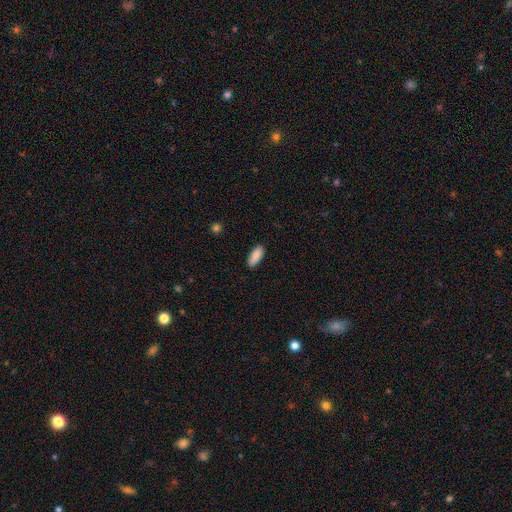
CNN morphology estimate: Smooth or featured? smooth (90%)
How rounded? in between (74%)
Merging? none (88%)